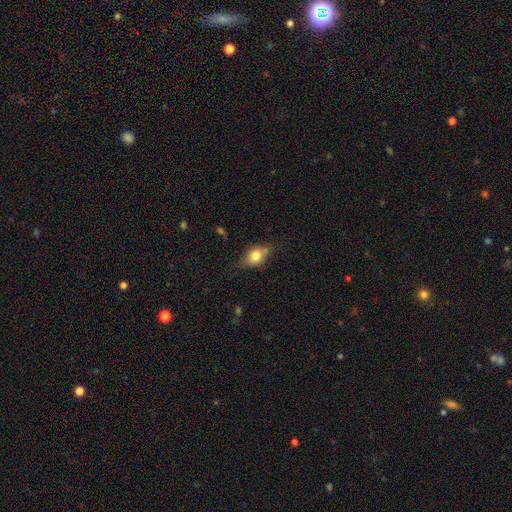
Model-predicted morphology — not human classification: Smooth or featured?
  - smooth: 71% *
  - featured or disk: 20%
  - star or artifact: 9%
How rounded?
  - in between: 73% *
  - round: 23%
  - cigar-shaped: 4%
Merging?
  - none: 63% *
  - minor disturbance: 27%
  - major disturbance: 7%
  - merger: 3%